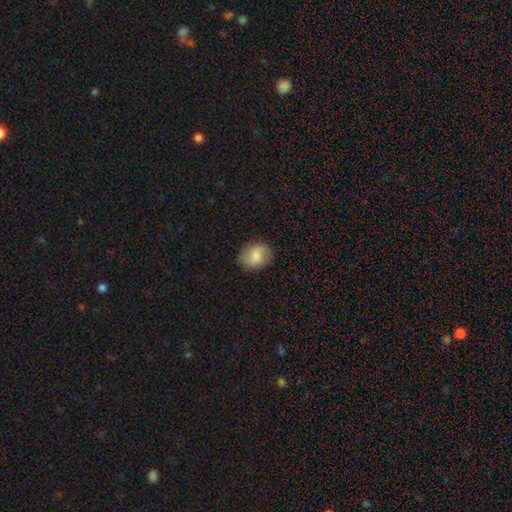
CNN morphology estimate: Overall: smooth (73%). How rounded: in between (50%; round 49%). Merging: none (84%).